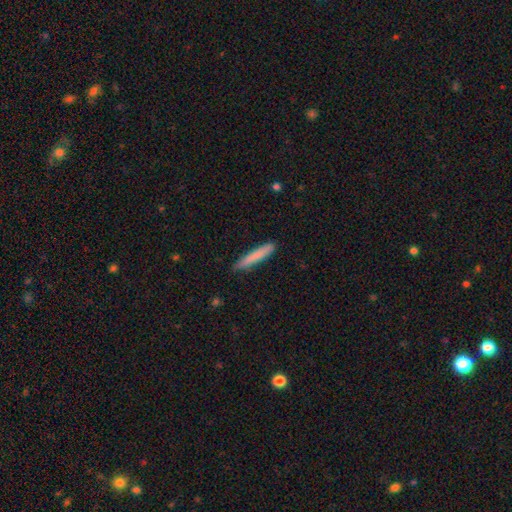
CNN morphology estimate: Smooth or featured? Predicted: smooth (p=0.80). How rounded? Predicted: cigar-shaped (p=0.95). Merging? Predicted: none (p=0.88).